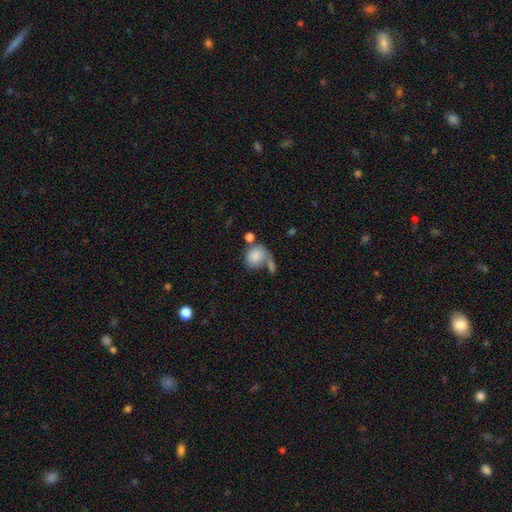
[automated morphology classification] Overall: smooth (82%). How rounded: round (63%; in between 36%). Merging: none (37%; merger 33%).